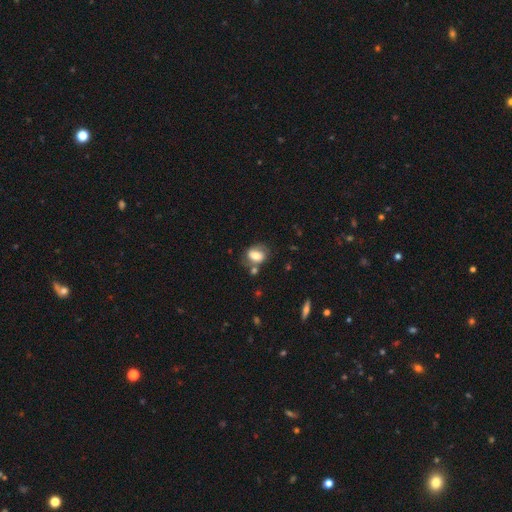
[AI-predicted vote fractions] A smooth galaxy with no disk features (59%) that is in between round and cigar-shaped (66%). Merging: none (55%).